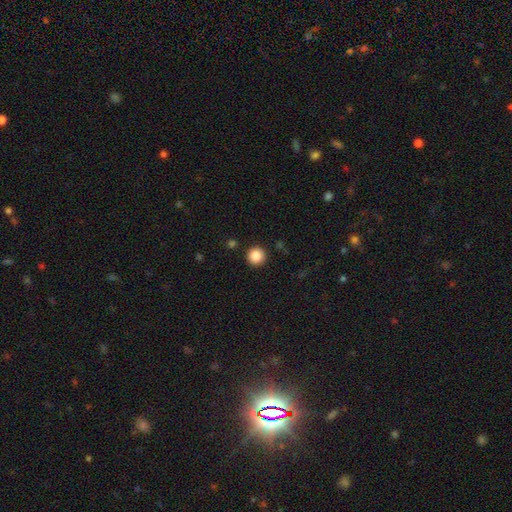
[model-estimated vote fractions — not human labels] Morphology: type=smooth (87%); roundness=round (95%); merging=none (91%).